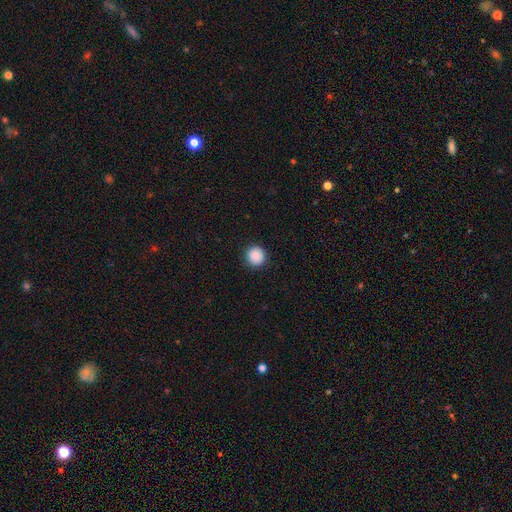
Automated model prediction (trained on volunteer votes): This is clearly a smooth galaxy (89%). How rounded: clearly round (94%). Merging: clearly none (92%).